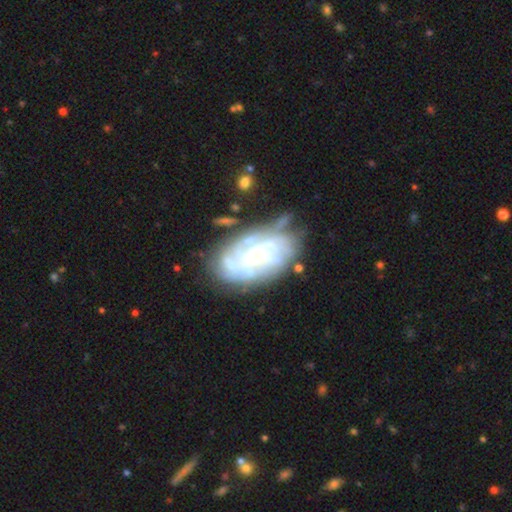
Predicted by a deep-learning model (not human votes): A featured or disk galaxy (78%) with no bar (73%), tight (71%) spiral arms (90%) and a small central bulge (70%).

Vote fractions:
- Smooth or featured? featured or disk: 78% / smooth: 14% / star or artifact: 7%
- Edge-on disk? no: 96% / yes: 4%
- Bar? no: 73% / weak: 22% / strong: 5%
- Spiral arms? yes: 90% / no: 10%
- Spiral winding? tight: 71% / medium: 22% / loose: 6%
- Spiral arm count? can't tell: 47% / 4: 17% / 3: 11% / more than 4: 11% / 2: 9% / 1: 5%
- Bulge size? small: 70% / moderate: 20% / none: 6% / large: 2% / dominant: 1%
- Merging? none: 65% / minor disturbance: 22% / major disturbance: 9% / merger: 4%